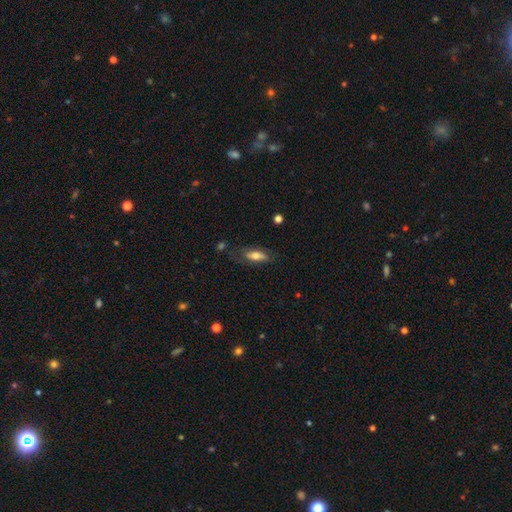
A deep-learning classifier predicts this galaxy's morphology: This appears to be a smooth galaxy with no disk features (66%) that is in between round and cigar-shaped (66%). Merging: none (67%).